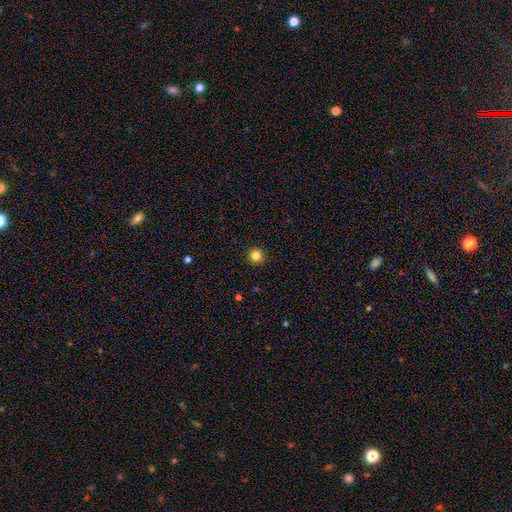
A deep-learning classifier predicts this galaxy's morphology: This appears to be a smooth galaxy with no disk features (84%) that is round (95%). Merging: none (93%).